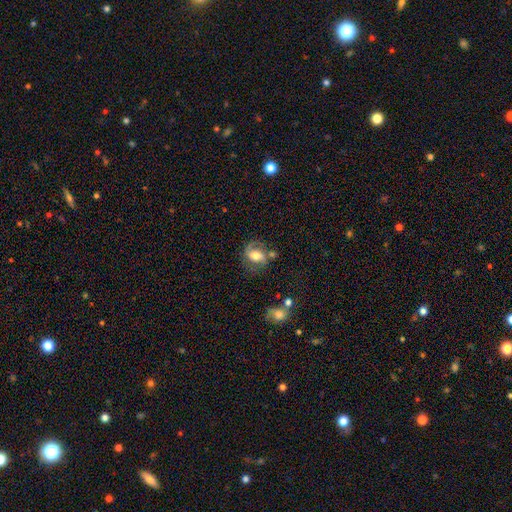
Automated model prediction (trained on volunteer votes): This appears to be a featured or disk galaxy (61%) with a weak bar (37%), spiral arms (84%) and a moderate central bulge (66%). Merging: none (56%).